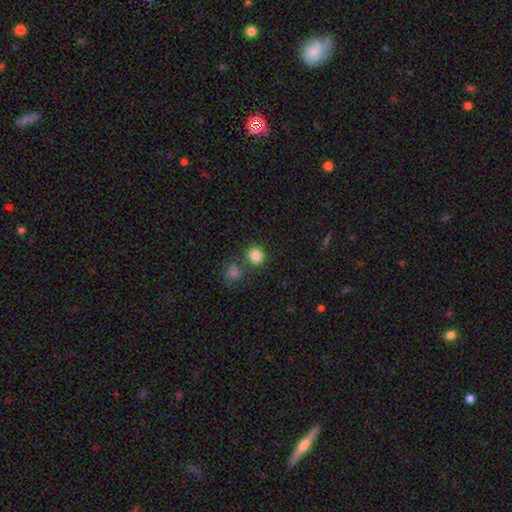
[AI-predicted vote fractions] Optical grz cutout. It shows a smooth galaxy with no disk features (84%) that is round (88%). Merging: none (74%).